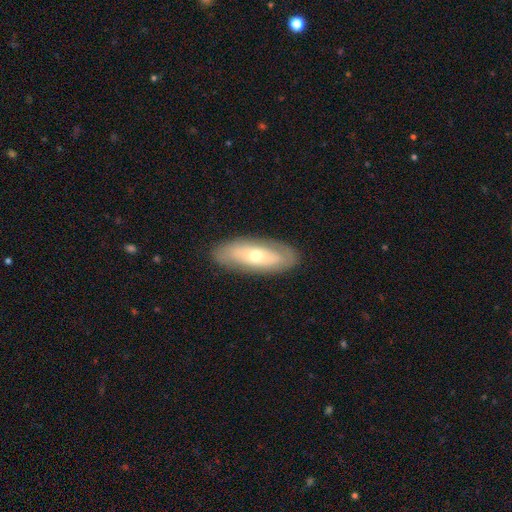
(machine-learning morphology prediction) smooth_or_featured: featured or disk (p=0.51) [alt: smooth p=0.43]
disk_edge_on: no (p=0.75) [alt: yes p=0.25]
merging: none (p=0.84) [alt: minor disturbance p=0.11]